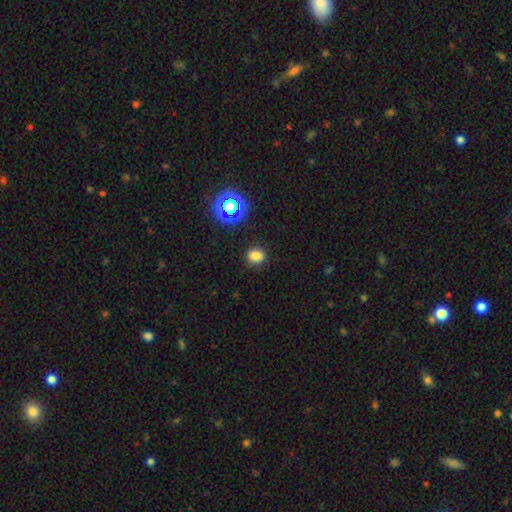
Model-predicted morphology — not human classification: Smooth or featured: smooth — 77% (star or artifact — 18%)
How rounded: round — 61% (in between — 37%)
Merging: none — 85% (minor disturbance — 10%)